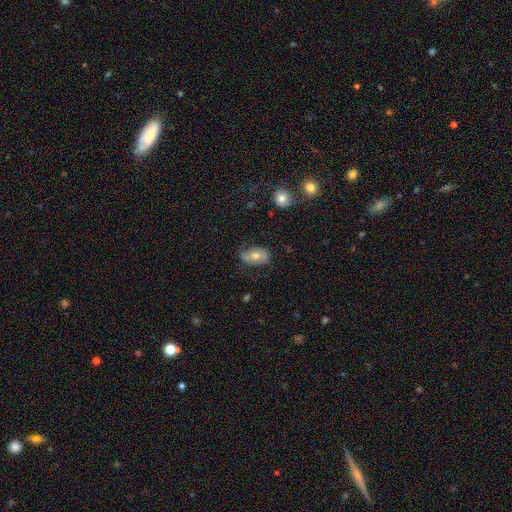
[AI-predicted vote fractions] Overall: smooth (49%; featured or disk 42%). Merging: none (71%).